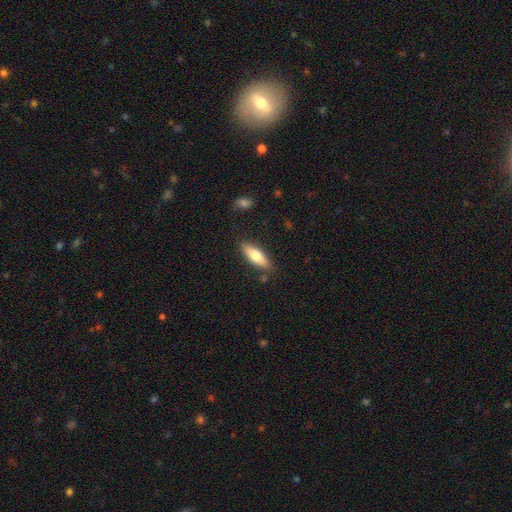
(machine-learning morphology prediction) Smooth or featured? Predicted: smooth (p=0.66). How rounded? Predicted: in between (p=0.52). Merging? Predicted: none (p=0.83).